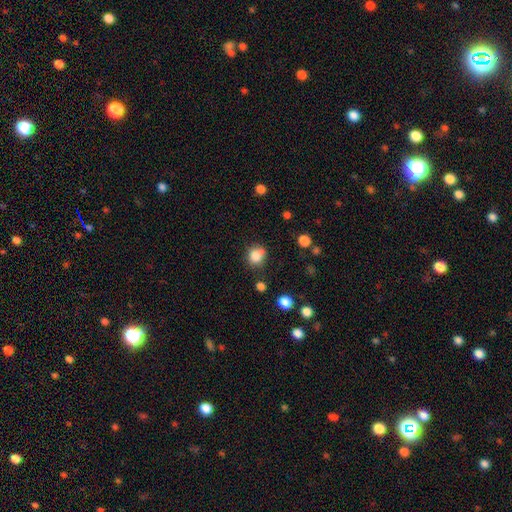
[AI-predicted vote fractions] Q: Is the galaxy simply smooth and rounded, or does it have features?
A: smooth — 83%.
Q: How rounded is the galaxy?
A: round — 79%.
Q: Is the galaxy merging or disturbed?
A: none — 67%.